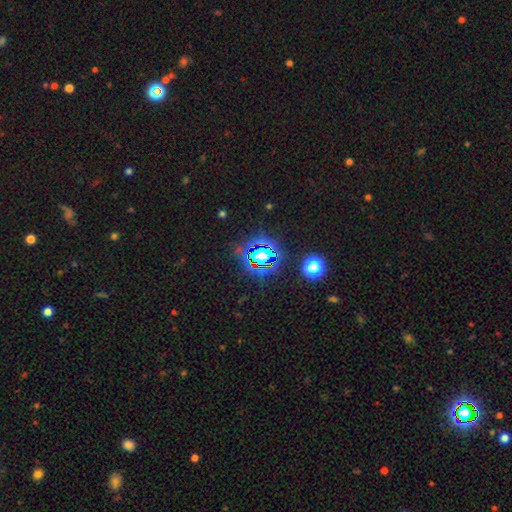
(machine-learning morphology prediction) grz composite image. It shows a star or artifact, not a galaxy (79%).